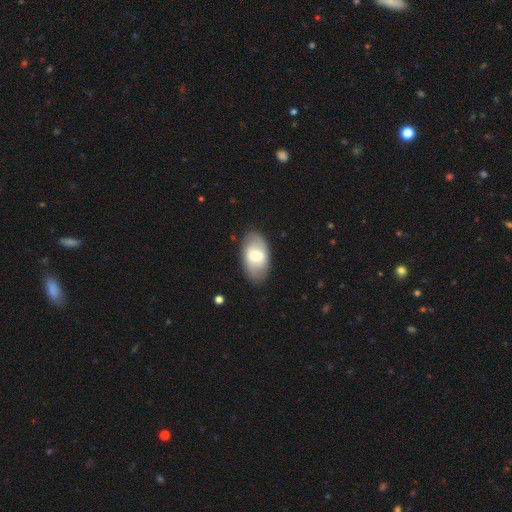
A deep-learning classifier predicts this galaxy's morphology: Smooth or featured?
  - smooth: 54% *
  - featured or disk: 40%
  - star or artifact: 6%
How rounded?
  - in between: 92% *
  - round: 6%
  - cigar-shaped: 2%
Merging?
  - none: 83% *
  - minor disturbance: 13%
  - major disturbance: 4%
  - merger: 1%